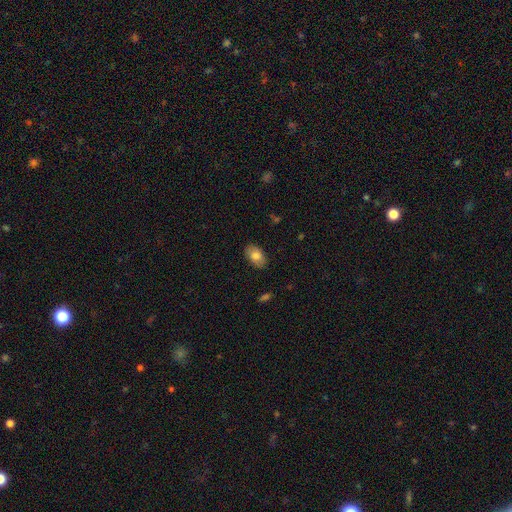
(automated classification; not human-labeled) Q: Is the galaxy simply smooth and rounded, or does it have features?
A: smooth — 80%.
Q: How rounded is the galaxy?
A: in between — 91%.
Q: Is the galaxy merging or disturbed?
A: none — 85%.